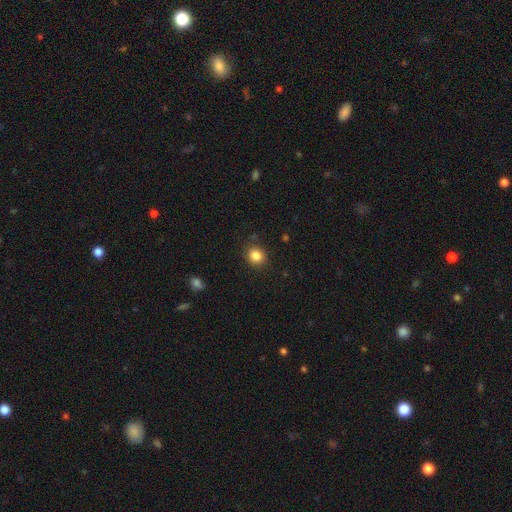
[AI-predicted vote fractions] A smooth galaxy with no disk features (85%) that is round (83%).

Vote fractions:
- Smooth or featured? smooth: 85% / star or artifact: 11% / featured or disk: 4%
- How rounded? round: 83% / in between: 16% / cigar-shaped: 1%
- Merging? none: 87% / minor disturbance: 8% / major disturbance: 3% / merger: 2%